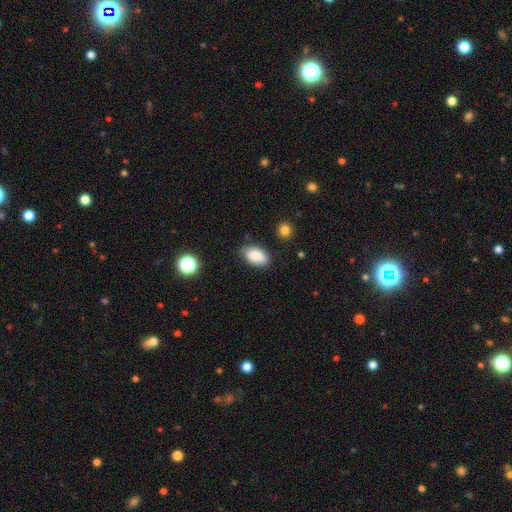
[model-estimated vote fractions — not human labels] A smooth galaxy with no disk features (86%) that is in between round and cigar-shaped (93%). Merging: none (79%).